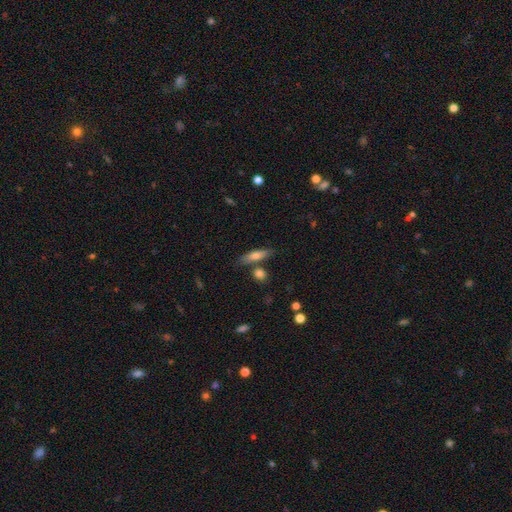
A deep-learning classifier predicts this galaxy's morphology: This appears to be a smooth galaxy with no disk features (67%) that is cigar-shaped (68%). Merging: none (75%).